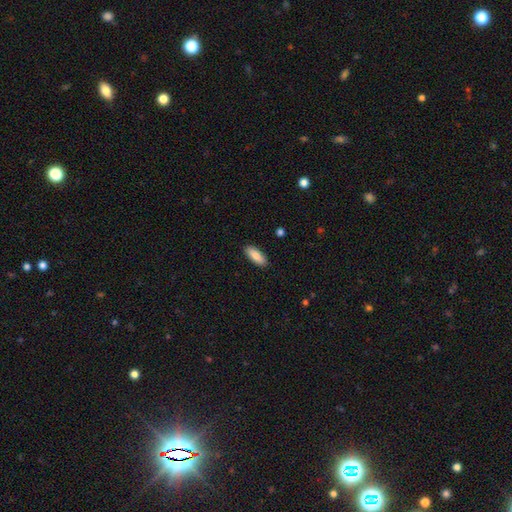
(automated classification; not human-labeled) Smooth or featured? Predicted: smooth (p=0.85). How rounded? Predicted: in between (p=0.75). Merging? Predicted: none (p=0.90).